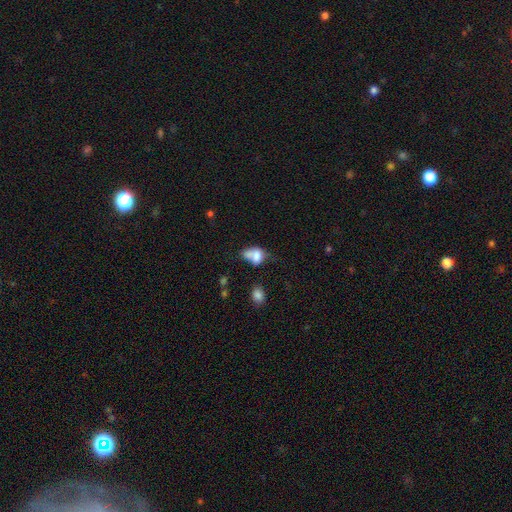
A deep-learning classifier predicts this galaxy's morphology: Smooth or featured? Predicted: smooth (p=0.70). How rounded? Predicted: in between (p=0.76). Merging? Predicted: merger (p=0.36).